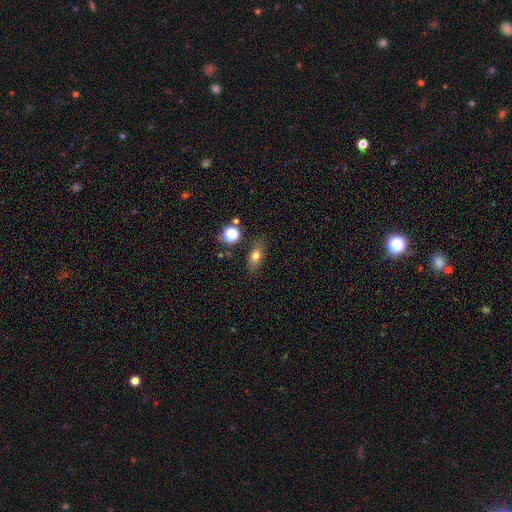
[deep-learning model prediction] Q: Smooth or featured?
A: smooth (68%); runner-up: featured or disk (20%)
Q: How rounded?
A: in between (68%); runner-up: cigar-shaped (17%)
Q: Merging?
A: none (82%); runner-up: minor disturbance (12%)